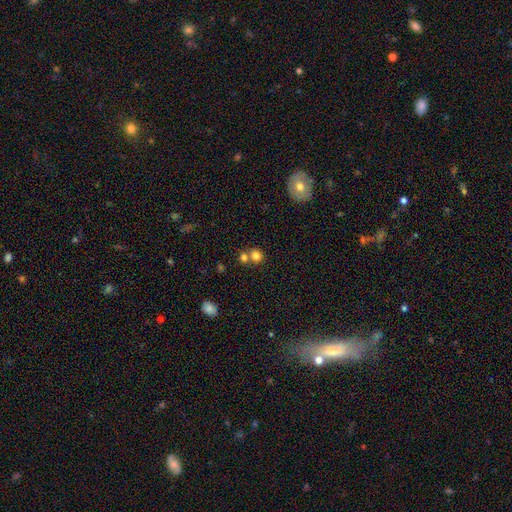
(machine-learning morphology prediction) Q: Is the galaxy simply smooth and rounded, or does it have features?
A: smooth — 80%.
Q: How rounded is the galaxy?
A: round — 81%.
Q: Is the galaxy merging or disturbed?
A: none — 50%.